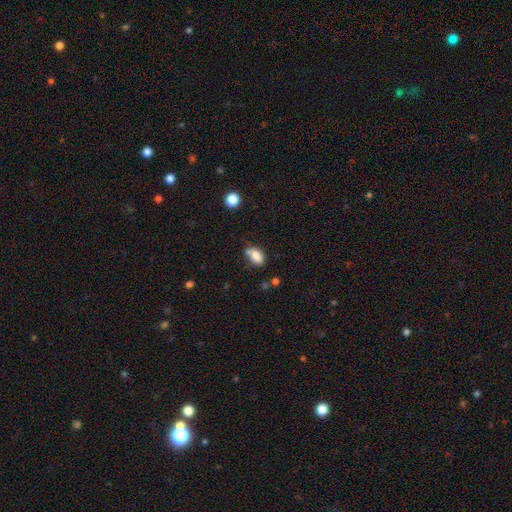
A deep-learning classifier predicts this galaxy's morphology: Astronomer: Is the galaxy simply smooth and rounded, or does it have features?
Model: smooth — 81%.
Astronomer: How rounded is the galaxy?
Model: in between — 89%.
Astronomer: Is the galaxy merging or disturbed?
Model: none — 51% (runner-up: minor disturbance, 27%).